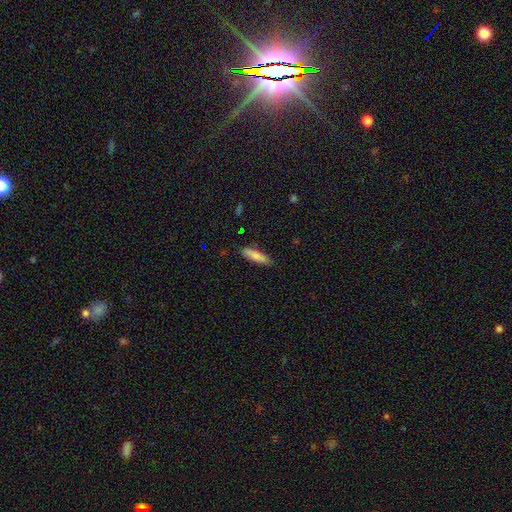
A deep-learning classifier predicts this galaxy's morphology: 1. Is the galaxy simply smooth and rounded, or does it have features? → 79% smooth, 15% featured or disk, 6% star or artifact.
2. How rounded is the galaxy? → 72% cigar-shaped, 26% in between, 2% round.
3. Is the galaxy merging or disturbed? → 85% none, 11% minor disturbance, 2% major disturbance, 1% merger.